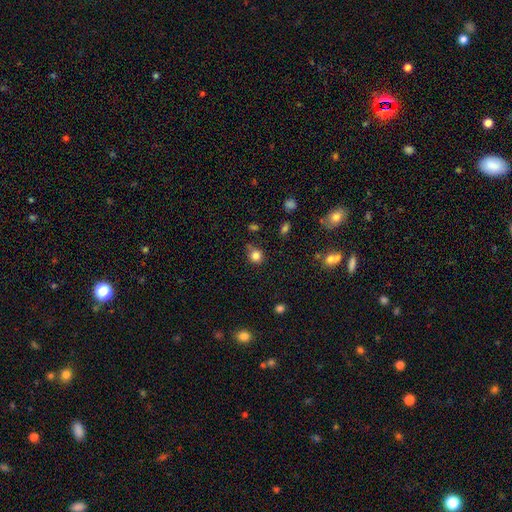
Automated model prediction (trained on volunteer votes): Overall: smooth (82%). How rounded: round (85%). Merging: none (69%).